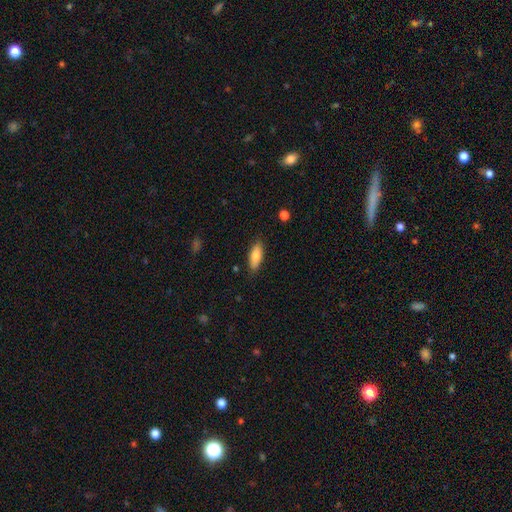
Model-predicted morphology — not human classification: Overall: smooth (80%). How rounded: in between (71%). Merging: none (84%).